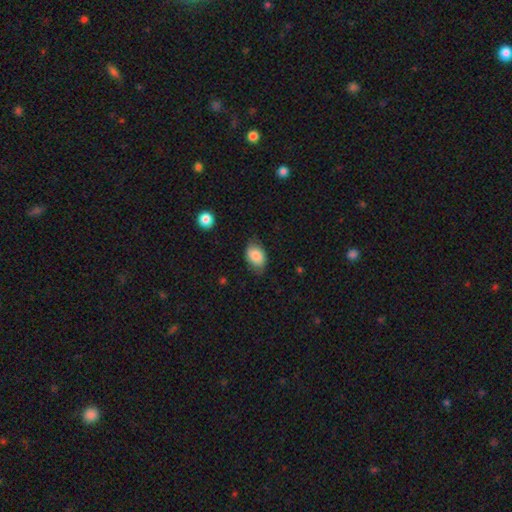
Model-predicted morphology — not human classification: Smooth or featured? smooth (86%)
How rounded? in between (82%)
Merging? none (71%)